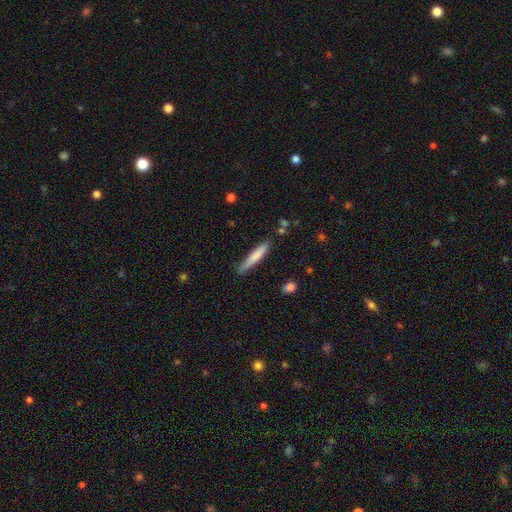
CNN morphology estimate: Smooth or featured? Predicted: smooth (p=0.75). How rounded? Predicted: cigar-shaped (p=0.91). Merging? Predicted: none (p=0.83).